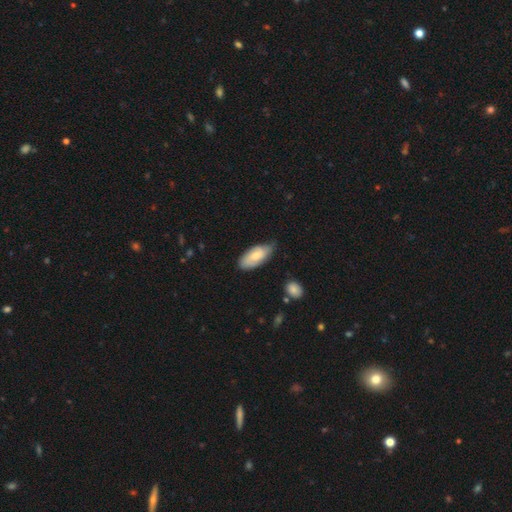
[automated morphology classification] type=smooth (66%); roundness=in between (89%); merging=none (63%).